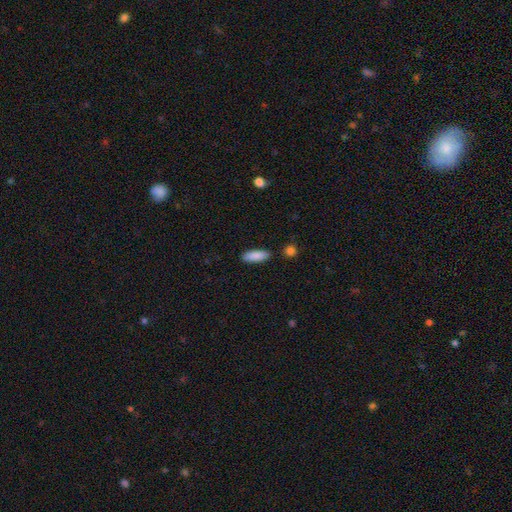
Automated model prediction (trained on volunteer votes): The model was most divided on "how rounded": in between: 63%, cigar-shaped: 35%, round: 2%. More confident: smooth or featured — smooth (88%); merging — none (85%).